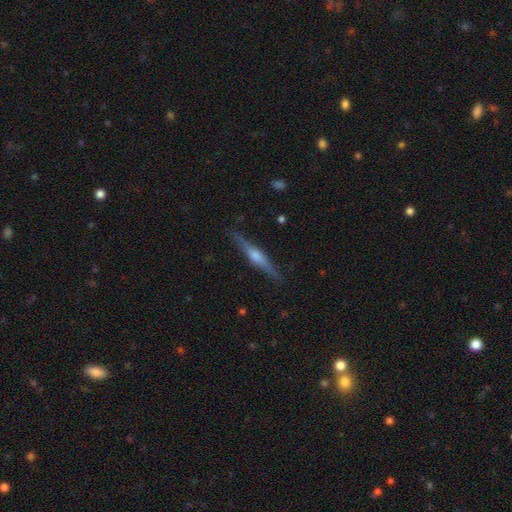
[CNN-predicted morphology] Smooth or featured? featured or disk (75%)
Edge-on disk? yes (98%)
Edge-on bulge? rounded (85%)
Merging? none (90%)